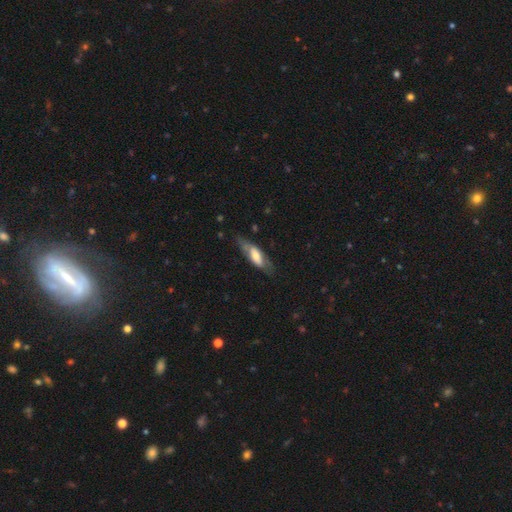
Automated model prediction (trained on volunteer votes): featured or disk 47%, smooth 46%, star or artifact 6%. Down the decision tree: merging — none (65%).